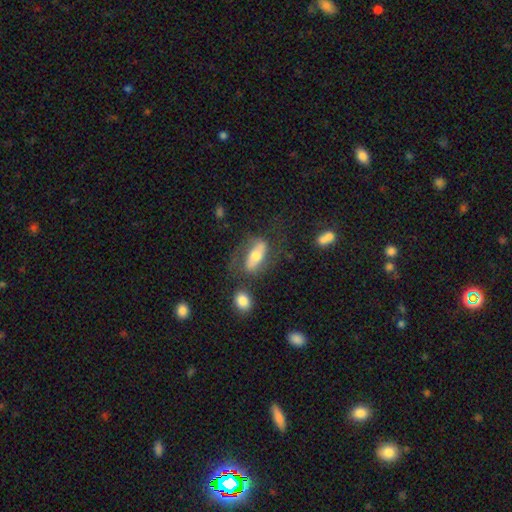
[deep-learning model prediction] A featured or disk galaxy (53%). Merging: none (52%).